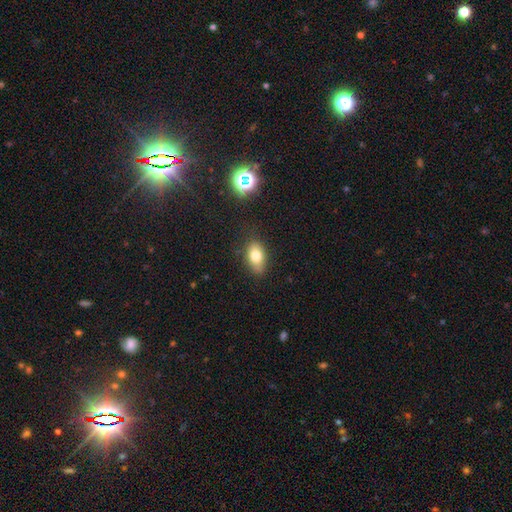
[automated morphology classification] Overall: smooth (76%). How rounded: in between (86%). Merging: none (79%).